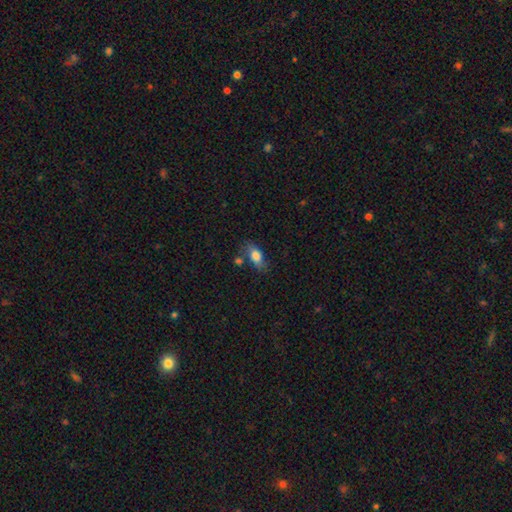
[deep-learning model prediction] A smooth galaxy with no disk features (76%) that is in between round and cigar-shaped (82%). Merging: none (61%).